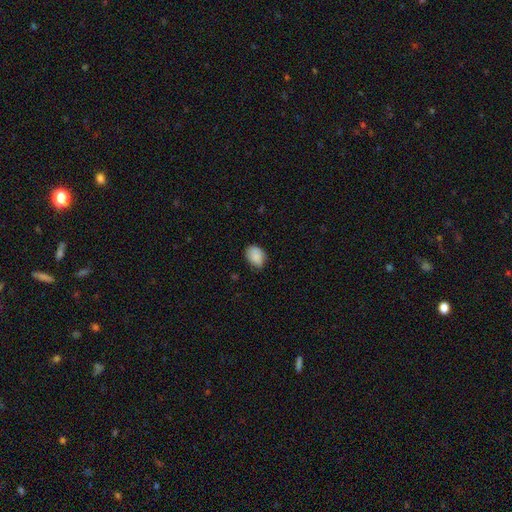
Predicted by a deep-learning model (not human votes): The model was most divided on "merging": none: 67%, minor disturbance: 28%, major disturbance: 4%, merger: 1%. More confident: smooth or featured — smooth (86%); how rounded — in between (72%).